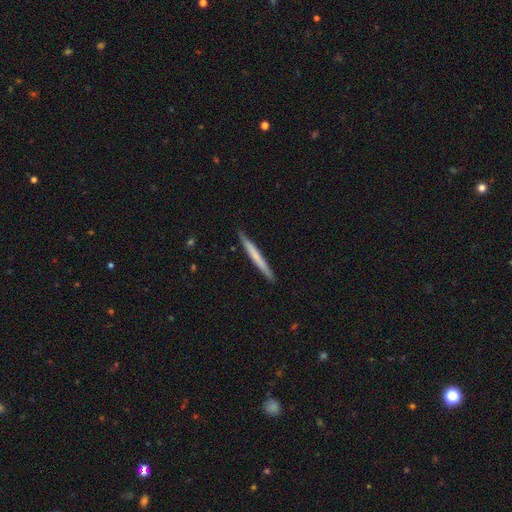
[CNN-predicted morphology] smooth 57%, featured or disk 38%, star or artifact 5%. Down the decision tree: how rounded — cigar-shaped (97%); merging — none (90%).